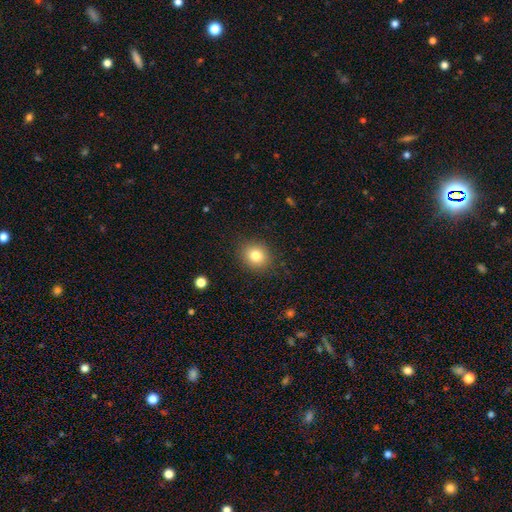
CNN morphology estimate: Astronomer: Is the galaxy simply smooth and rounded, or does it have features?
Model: smooth — 80%.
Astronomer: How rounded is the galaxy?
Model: round — 77%.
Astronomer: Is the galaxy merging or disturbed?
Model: none — 88%.